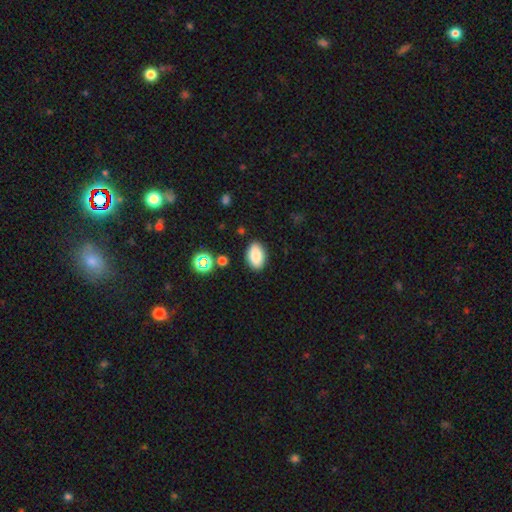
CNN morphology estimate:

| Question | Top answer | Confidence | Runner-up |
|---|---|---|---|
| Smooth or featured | smooth | 84% | star or artifact (9%) |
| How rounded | in between | 92% | round (6%) |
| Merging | none | 86% | minor disturbance (10%) |